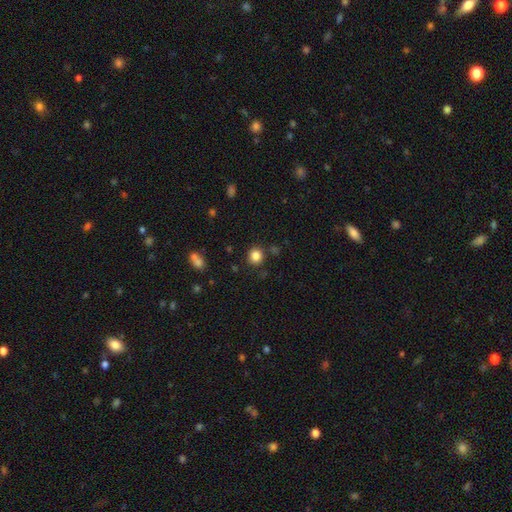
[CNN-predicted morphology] A smooth galaxy with no disk features (84%) that is round (89%).

Vote fractions:
- Smooth or featured? smooth: 84% / star or artifact: 11% / featured or disk: 5%
- How rounded? round: 89% / in between: 10% / cigar-shaped: 1%
- Merging? none: 86% / minor disturbance: 8% / merger: 4% / major disturbance: 3%